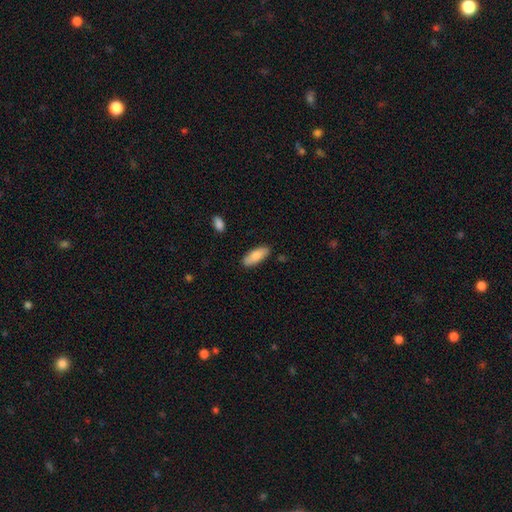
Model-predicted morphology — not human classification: Overall: smooth (84%). How rounded: in between (78%). Merging: none (86%).